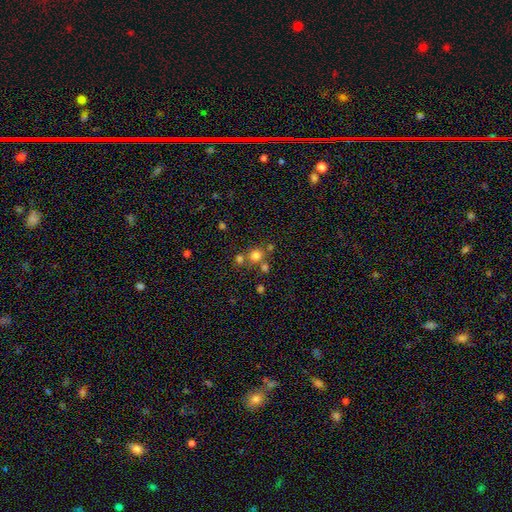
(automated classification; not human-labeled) Q: Smooth or featured?
A: smooth (73%); runner-up: star or artifact (18%)
Q: How rounded?
A: round (87%); runner-up: in between (12%)
Q: Merging?
A: none (62%); runner-up: merger (25%)